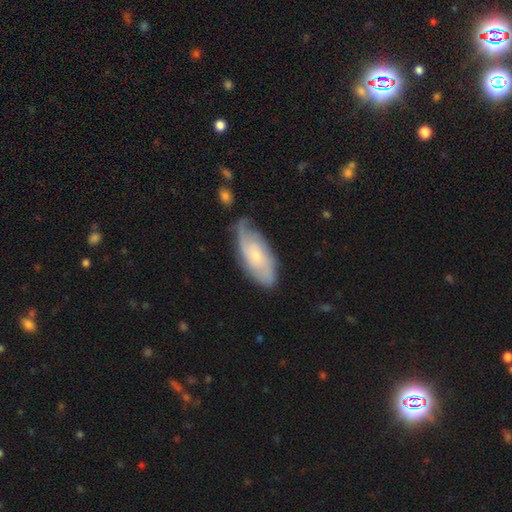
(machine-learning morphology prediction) Smooth or featured?
  - featured or disk: 62% *
  - smooth: 32%
  - star or artifact: 6%
Edge-on disk?
  - no: 90% *
  - yes: 10%
Bar?
  - no: 74% *
  - weak: 23%
  - strong: 3%
Spiral arms?
  - yes: 86% *
  - no: 14%
Bulge size?
  - small: 70% *
  - moderate: 25%
  - none: 2%
  - large: 1%
  - dominant: 1%
Merging?
  - none: 60% *
  - minor disturbance: 29%
  - major disturbance: 9%
  - merger: 2%